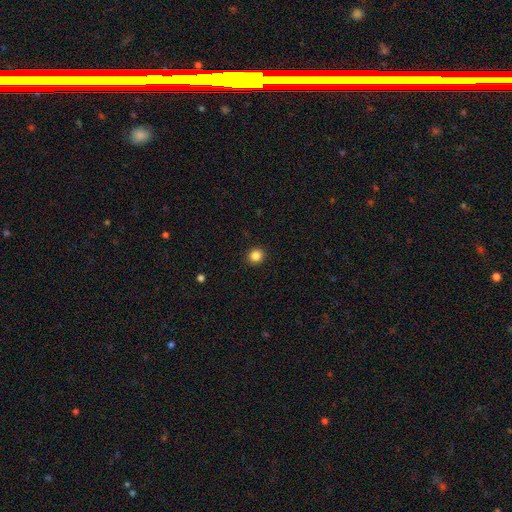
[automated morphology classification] Smooth or featured? smooth (86%)
How rounded? round (90%)
Merging? none (92%)